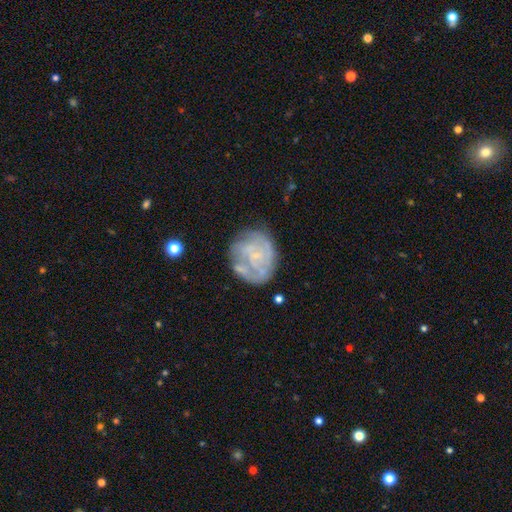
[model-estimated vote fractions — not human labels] Smooth or featured? featured or disk (68%)
Edge-on disk? no (98%)
Bar? no (74%)
Spiral arms? yes (63%)
Bulge size? small (66%)
Merging? none (58%)